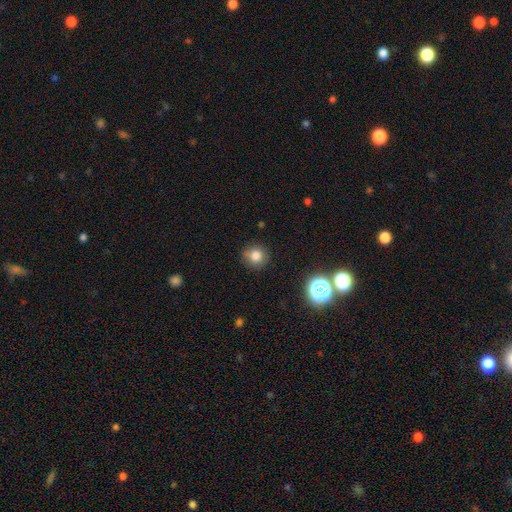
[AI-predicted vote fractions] This is clearly a smooth galaxy (80%). How rounded: clearly round (90%). Merging: clearly none (85%).